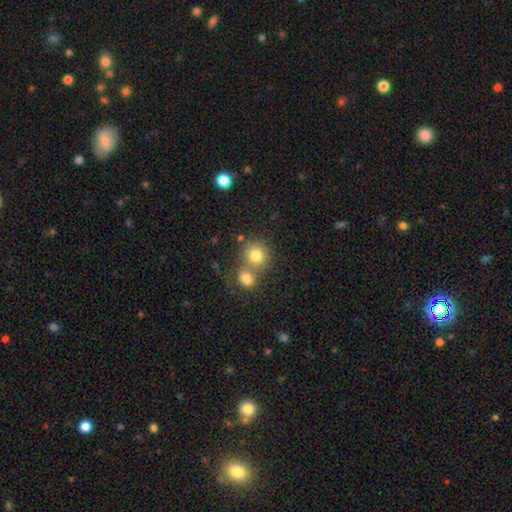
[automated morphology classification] type=smooth (79%); roundness=round (84%); merging=none (46%).